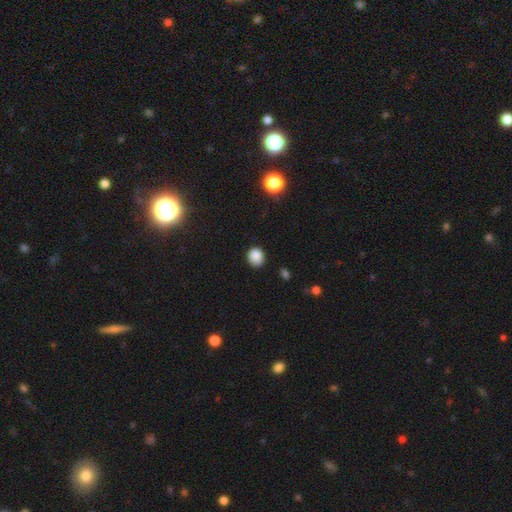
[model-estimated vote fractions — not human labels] Q: Smooth or featured?
A: smooth (86%); runner-up: star or artifact (11%)
Q: How rounded?
A: round (70%); runner-up: in between (29%)
Q: Merging?
A: none (80%); runner-up: minor disturbance (15%)